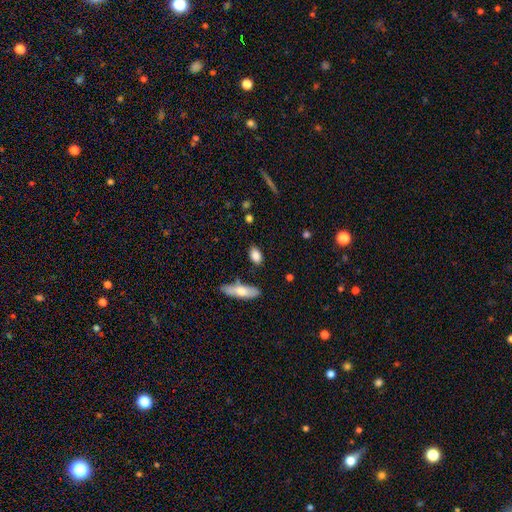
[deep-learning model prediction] smooth-or-featured: smooth: 84% | featured or disk: 9% | star or artifact: 7%
  how-rounded: in between: 86% | cigar-shaped: 7% | round: 7%
  merging: none: 81% | minor disturbance: 12% | merger: 4% | major disturbance: 3%